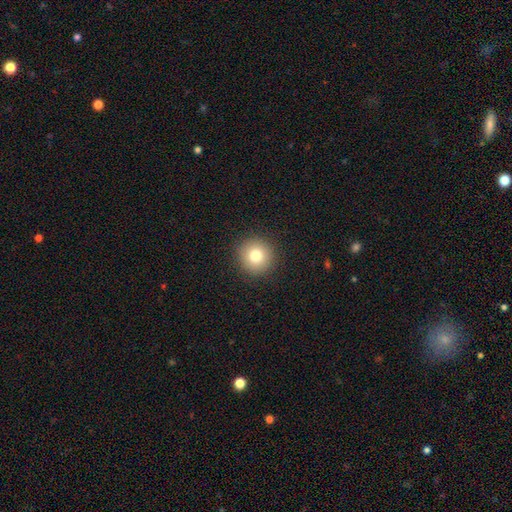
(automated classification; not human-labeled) Q: Smooth or featured?
A: smooth (79%); runner-up: star or artifact (11%)
Q: How rounded?
A: round (94%); runner-up: in between (5%)
Q: Merging?
A: none (92%); runner-up: minor disturbance (5%)